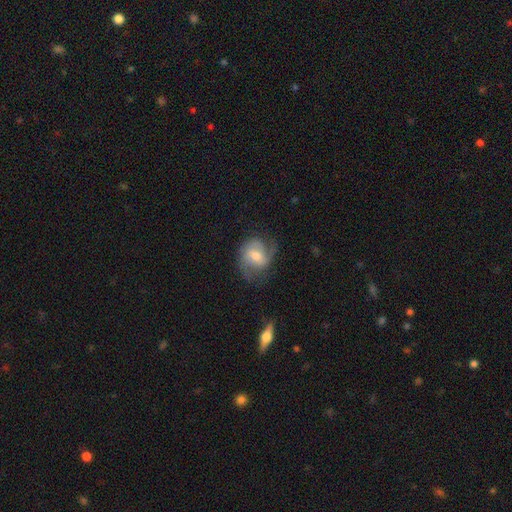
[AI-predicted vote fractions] A featured or disk galaxy (66%) with a weak bar (50%), 2 (62%) medium (47%) spiral arms (90%) and a moderate central bulge (61%). Merging: none (57%).